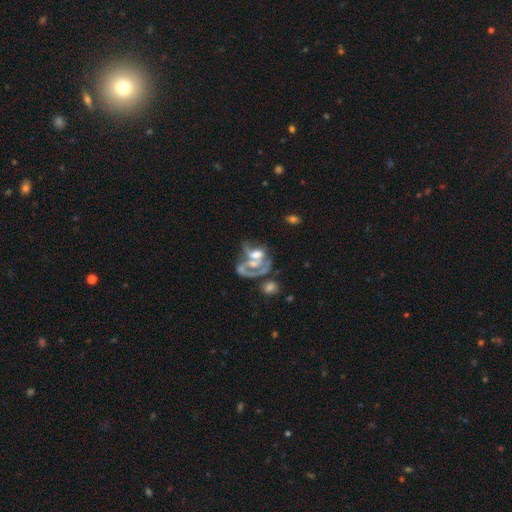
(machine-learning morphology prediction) smooth-or-featured: featured or disk: 65% | smooth: 24% | star or artifact: 11%
  disk-edge-on: no: 97% | yes: 3%
    bar: no: 71% | weak: 20% | strong: 9%
    has-spiral-arms: no: 53% | yes: 47%
    bulge-size: moderate: 41% | large: 20% | none: 19% | small: 16% | dominant: 4%
  merging: merger: 50% | major disturbance: 27% | none: 15% | minor disturbance: 9%